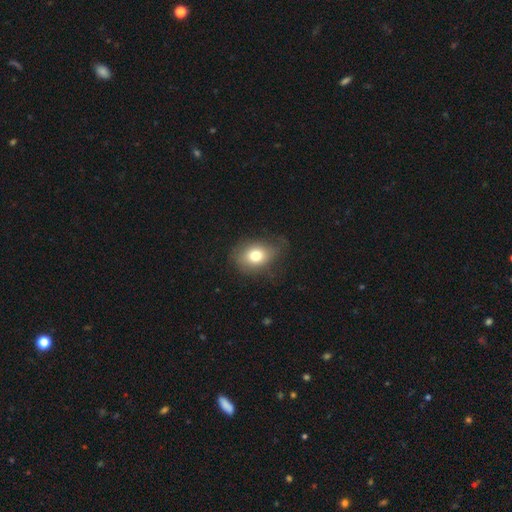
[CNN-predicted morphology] This is likely a smooth galaxy (74%). How rounded: possibly in between (53%). Merging: likely none (60%).